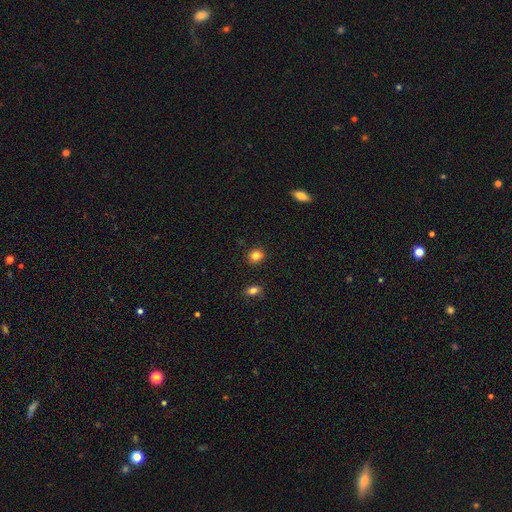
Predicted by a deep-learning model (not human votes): smooth-or-featured: smooth: 83% | star or artifact: 11% | featured or disk: 6%
  how-rounded: round: 80% | in between: 19% | cigar-shaped: 1%
  merging: none: 89% | minor disturbance: 7% | merger: 2% | major disturbance: 2%